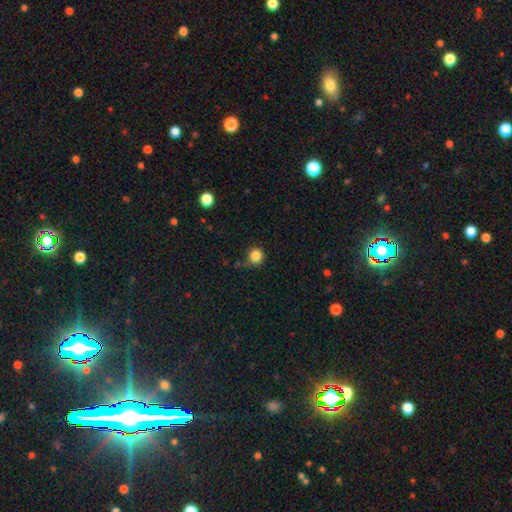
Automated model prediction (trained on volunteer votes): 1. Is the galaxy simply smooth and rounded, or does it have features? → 84% smooth, 12% star or artifact, 4% featured or disk.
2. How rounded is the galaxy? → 90% round, 9% in between, 1% cigar-shaped.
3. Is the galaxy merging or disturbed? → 76% none, 16% minor disturbance, 4% major disturbance, 3% merger.